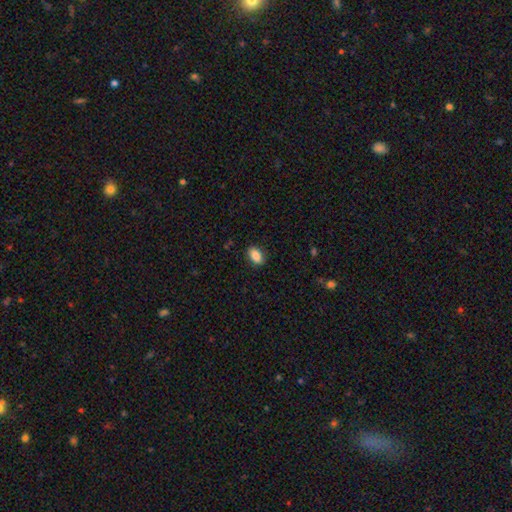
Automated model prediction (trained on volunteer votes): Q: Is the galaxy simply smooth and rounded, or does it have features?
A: smooth — 86%.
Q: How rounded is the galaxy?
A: in between — 88%.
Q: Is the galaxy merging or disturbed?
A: none — 88%.